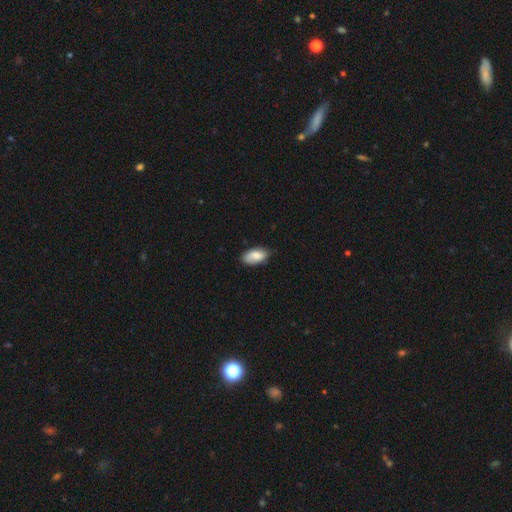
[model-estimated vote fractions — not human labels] This is clearly a smooth galaxy (81%). How rounded: clearly in between (94%). Merging: likely none (77%).